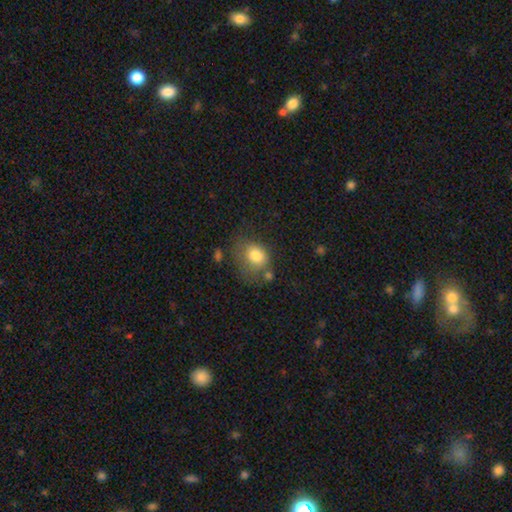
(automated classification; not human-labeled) This is likely a smooth galaxy (79%). How rounded: possibly in between (51%). Merging: marginally none (42%).